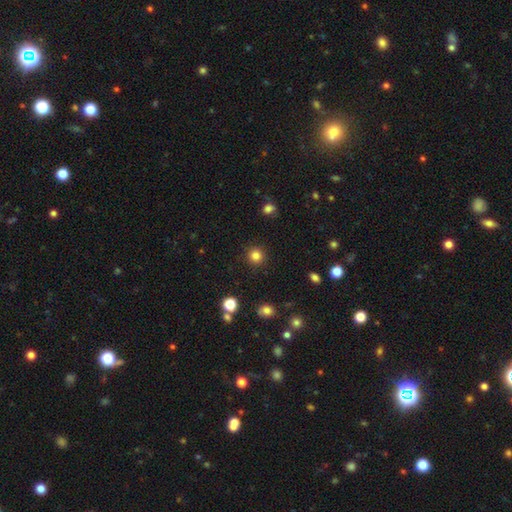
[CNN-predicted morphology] Smooth or featured? smooth (83%)
How rounded? round (94%)
Merging? none (91%)